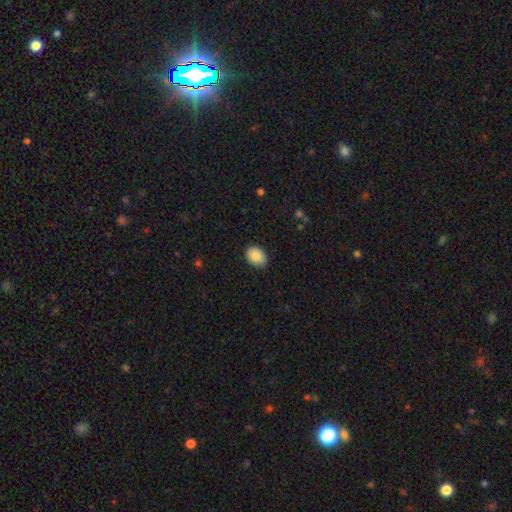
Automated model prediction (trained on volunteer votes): A smooth galaxy with no disk features (86%) that is in between round and cigar-shaped (75%). Merging: none (84%).